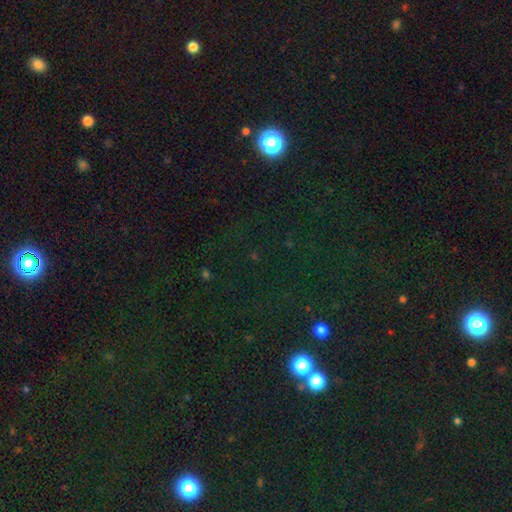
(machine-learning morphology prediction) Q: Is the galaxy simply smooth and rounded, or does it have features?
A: star or artifact — 72%.